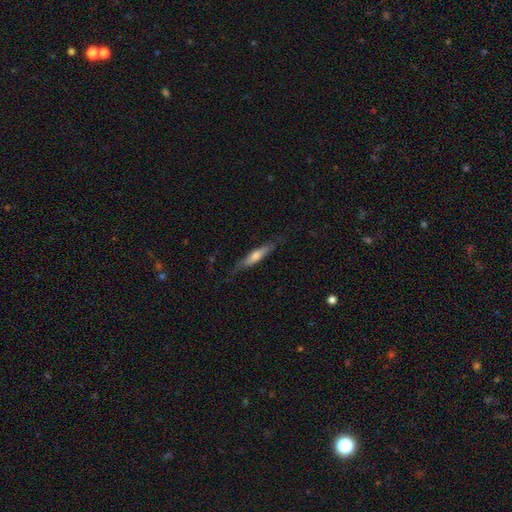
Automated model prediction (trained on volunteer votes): A featured or disk galaxy (48%).

Vote fractions:
- Smooth or featured? featured or disk: 48% / smooth: 46% / star or artifact: 6%
- Merging? none: 77% / minor disturbance: 17% / major disturbance: 5% / merger: 1%